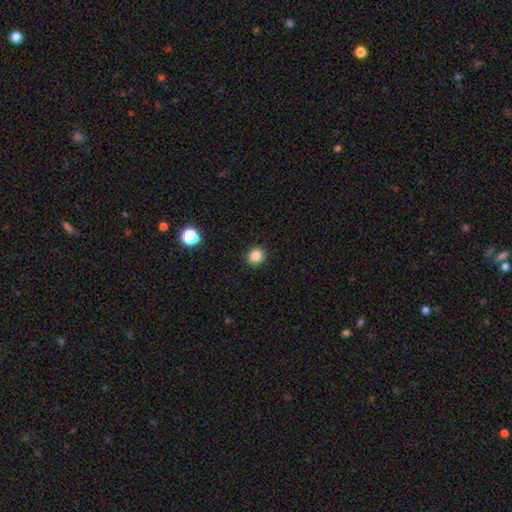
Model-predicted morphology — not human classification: smooth-or-featured: smooth: 86% | star or artifact: 11% | featured or disk: 3%
  how-rounded: round: 88% | in between: 11% | cigar-shaped: 1%
  merging: none: 92% | minor disturbance: 5% | major disturbance: 2% | merger: 1%